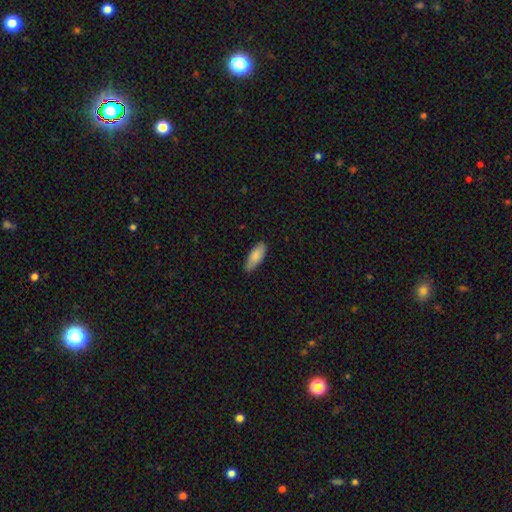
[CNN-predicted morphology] Q: Smooth or featured?
A: smooth (85%); runner-up: featured or disk (9%)
Q: How rounded?
A: in between (74%); runner-up: cigar-shaped (24%)
Q: Merging?
A: none (80%); runner-up: minor disturbance (17%)